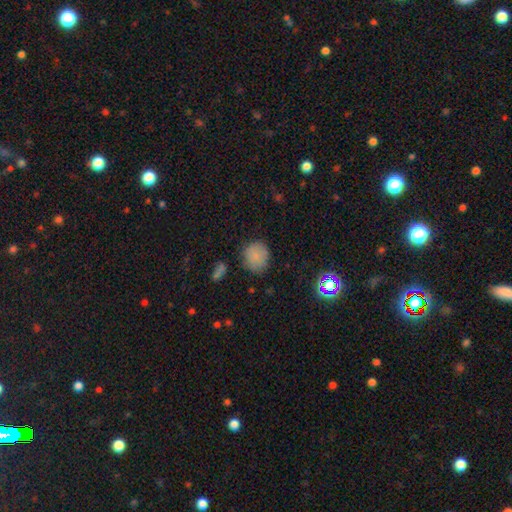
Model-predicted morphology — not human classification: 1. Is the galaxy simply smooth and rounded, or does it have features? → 79% smooth, 13% star or artifact, 8% featured or disk.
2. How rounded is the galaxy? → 76% round, 23% in between, 1% cigar-shaped.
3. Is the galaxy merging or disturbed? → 76% none, 17% minor disturbance, 5% major disturbance, 3% merger.